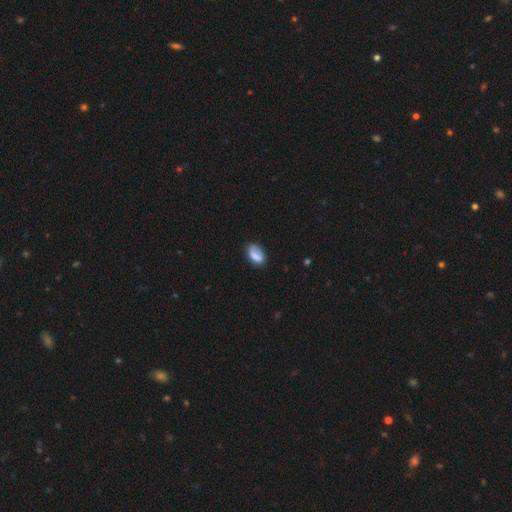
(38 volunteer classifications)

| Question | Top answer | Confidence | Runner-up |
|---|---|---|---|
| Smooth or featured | smooth | 87% | featured or disk (8%) |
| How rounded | in between | 91% | round (6%) |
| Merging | none | 61% | major disturbance (22%) |